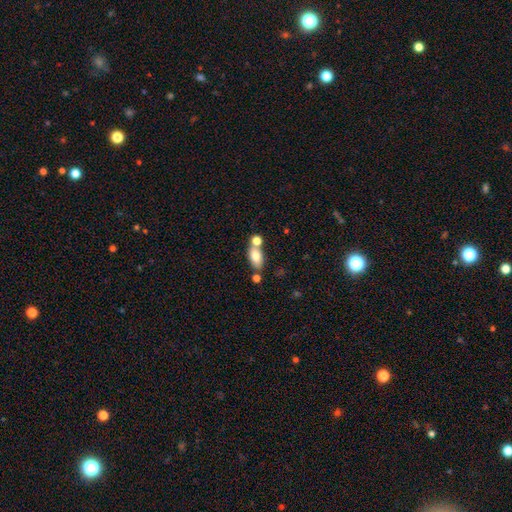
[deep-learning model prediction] A smooth galaxy with no disk features (74%) that is in between round and cigar-shaped (85%).

Vote fractions:
- Smooth or featured? smooth: 74% / featured or disk: 18% / star or artifact: 8%
- How rounded? in between: 85% / round: 9% / cigar-shaped: 7%
- Merging? none: 53% / merger: 32% / minor disturbance: 11% / major disturbance: 4%